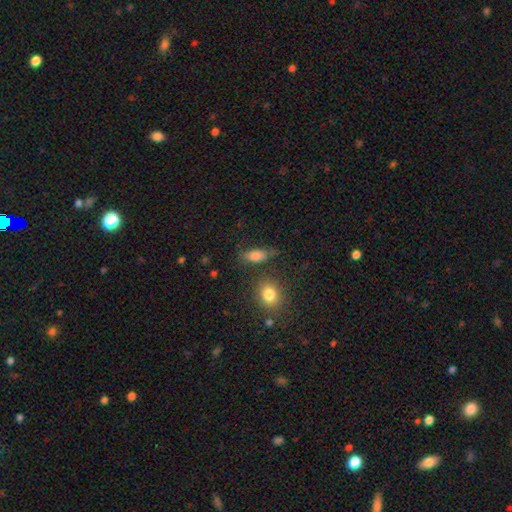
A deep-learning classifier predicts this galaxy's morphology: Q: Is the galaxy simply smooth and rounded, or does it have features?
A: smooth — 80%.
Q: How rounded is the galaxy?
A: in between — 80%.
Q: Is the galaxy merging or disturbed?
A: none — 65%.